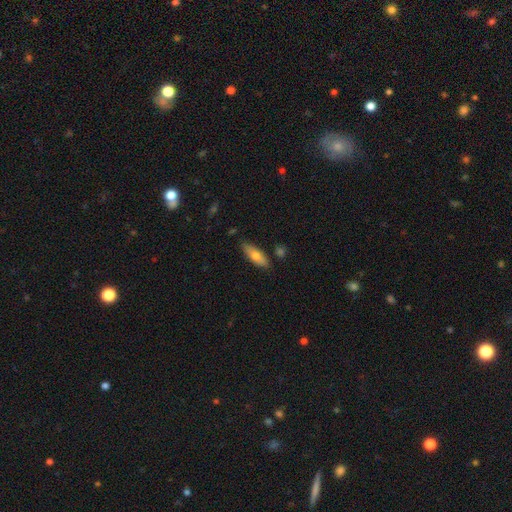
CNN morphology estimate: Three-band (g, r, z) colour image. It shows a smooth galaxy with no disk features (69%) that is in between round and cigar-shaped (65%). Merging: none (83%).